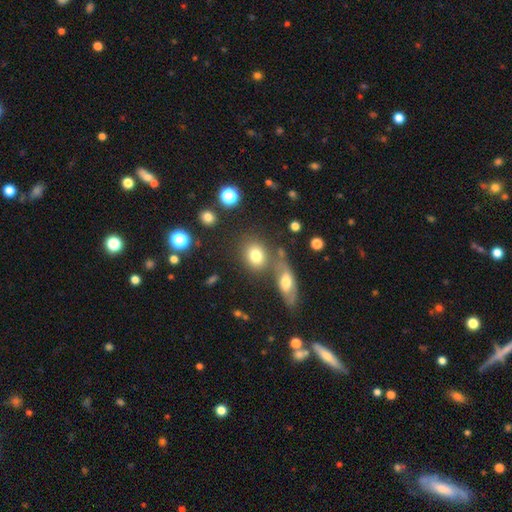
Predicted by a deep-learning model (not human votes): smooth 77%, star or artifact 12%, featured or disk 11%. Down the decision tree: how rounded — round (50%); merging — none (62%).